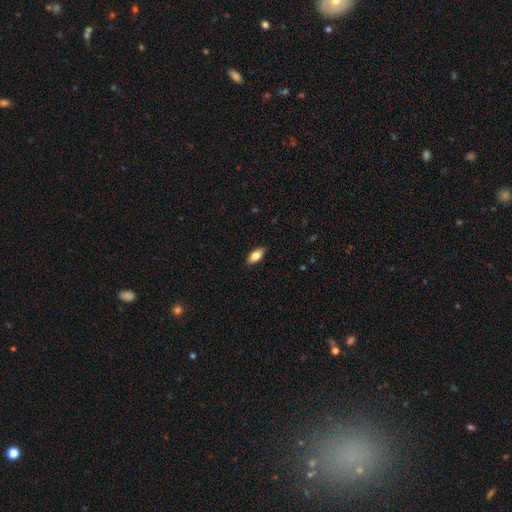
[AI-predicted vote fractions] The model was most divided on "smooth or featured": smooth: 78%, featured or disk: 15%, star or artifact: 7%. More confident: merging — none (88%); how rounded — in between (88%).